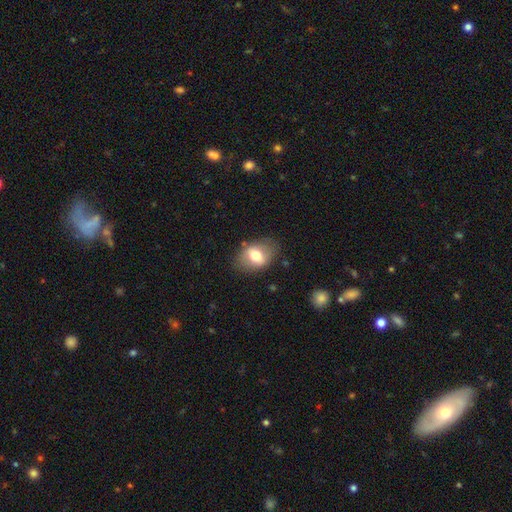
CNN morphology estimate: smooth_or_featured: smooth (p=0.63) [alt: featured or disk p=0.30]
how_rounded: in between (p=0.80) [alt: round p=0.18]
merging: none (p=0.77) [alt: minor disturbance p=0.16]